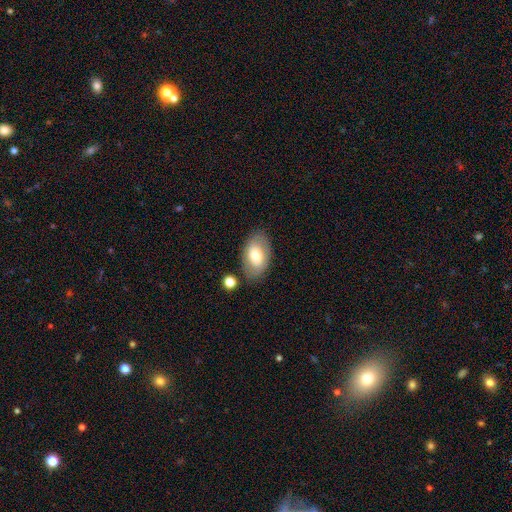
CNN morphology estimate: type=smooth (66%); roundness=in between (90%); merging=none (79%).